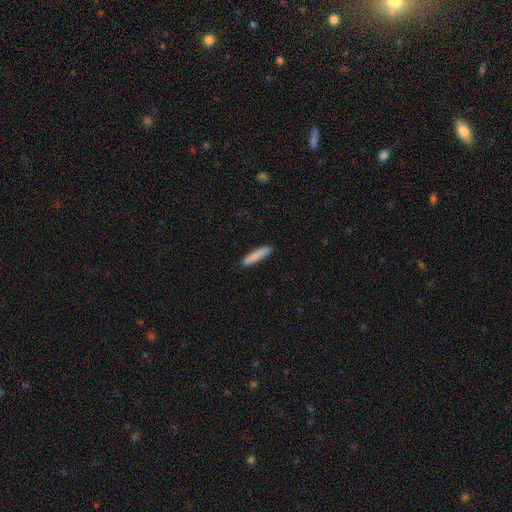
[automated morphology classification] Smooth or featured? smooth (86%)
How rounded? cigar-shaped (87%)
Merging? none (88%)